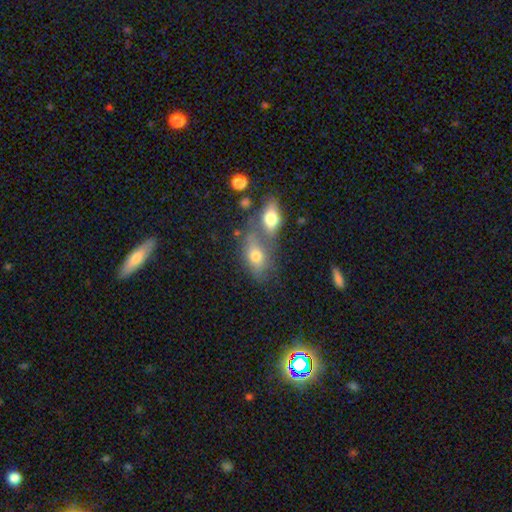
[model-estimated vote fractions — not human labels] Q: Smooth or featured?
A: smooth (69%); runner-up: featured or disk (20%)
Q: How rounded?
A: in between (80%); runner-up: round (16%)
Q: Merging?
A: merger (49%); runner-up: none (34%)